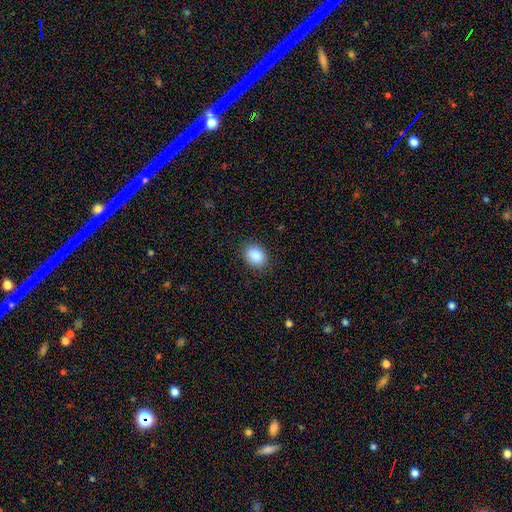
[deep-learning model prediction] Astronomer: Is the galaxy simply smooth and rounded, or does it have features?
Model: smooth — 88%.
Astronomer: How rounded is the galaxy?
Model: in between — 57% (runner-up: round, 42%).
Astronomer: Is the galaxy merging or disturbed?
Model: none — 88%.